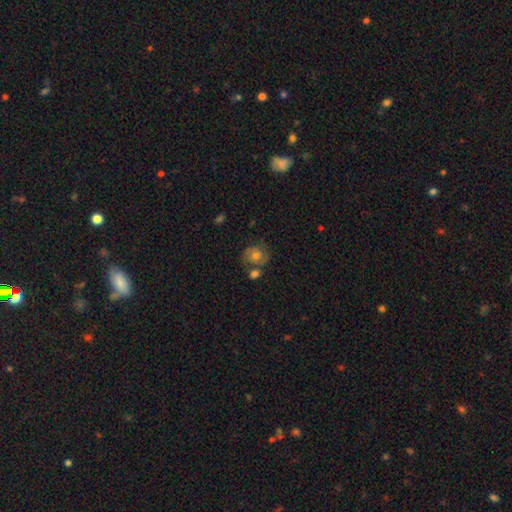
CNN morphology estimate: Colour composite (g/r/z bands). It shows a featured or disk galaxy (62%) with no bar (75%), 2 (82%) tight (46%) spiral arms (87%) and a moderate central bulge (65%). Merging: none (66%).